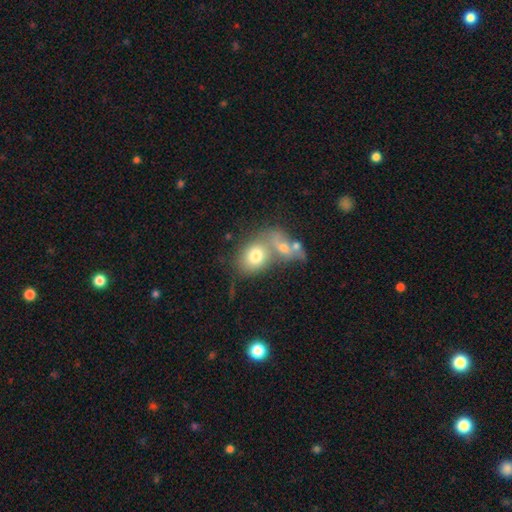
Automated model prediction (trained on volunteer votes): Q: Smooth or featured?
A: smooth (73%); runner-up: featured or disk (18%)
Q: How rounded?
A: in between (60%); runner-up: round (38%)
Q: Merging?
A: merger (50%); runner-up: none (33%)